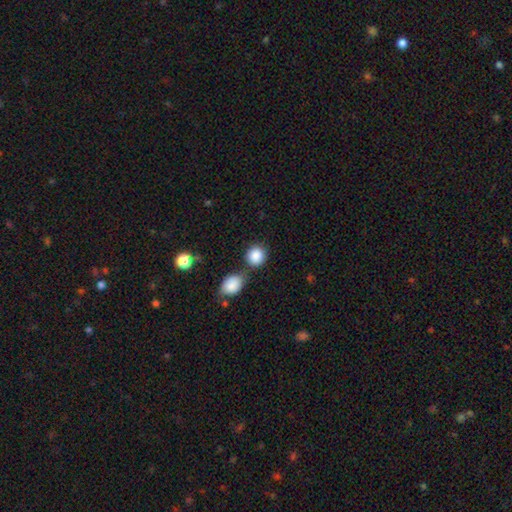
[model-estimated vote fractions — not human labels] This is clearly a smooth galaxy (87%). How rounded: clearly round (81%). Merging: likely none (63%).